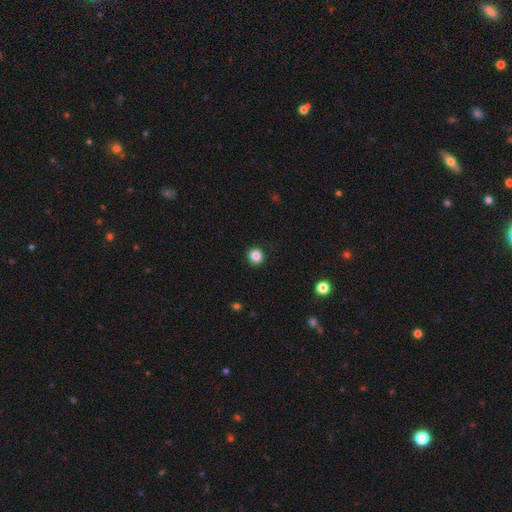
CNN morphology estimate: Smooth or featured: smooth — 86% (star or artifact — 11%)
How rounded: round — 90% (in between — 9%)
Merging: none — 92% (minor disturbance — 5%)